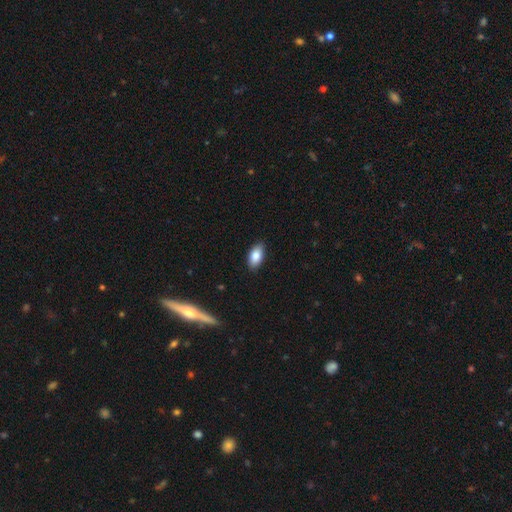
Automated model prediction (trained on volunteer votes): smooth_or_featured: smooth (p=0.84) [alt: featured or disk p=0.08]
how_rounded: in between (p=0.92) [alt: cigar-shaped p=0.04]
merging: none (p=0.87) [alt: minor disturbance p=0.10]